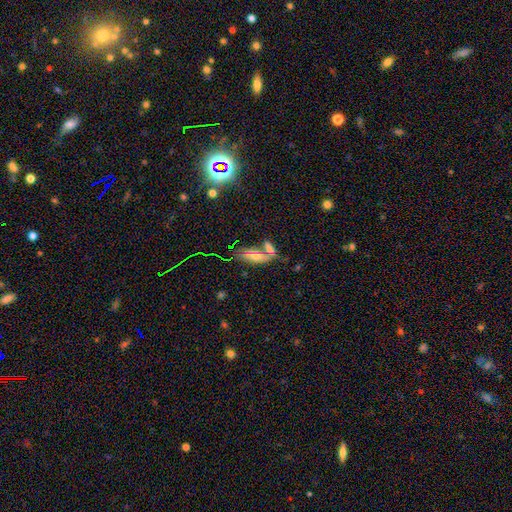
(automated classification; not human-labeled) Smooth or featured? smooth (45%)
Merging? none (49%)